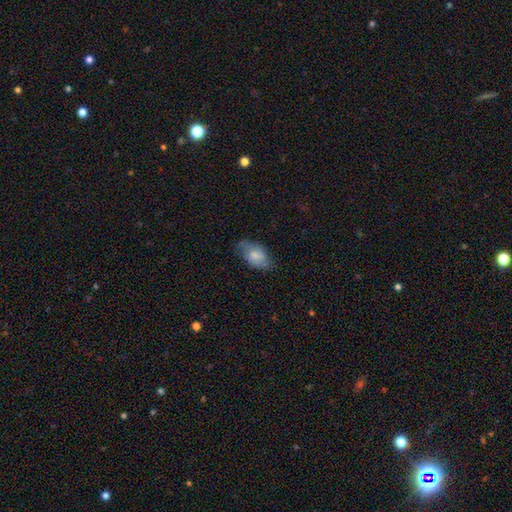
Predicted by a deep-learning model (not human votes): Smooth or featured?
  - smooth: 64% *
  - featured or disk: 29%
  - star or artifact: 7%
How rounded?
  - in between: 92% *
  - round: 6%
  - cigar-shaped: 2%
Merging?
  - none: 66% *
  - minor disturbance: 25%
  - major disturbance: 7%
  - merger: 1%